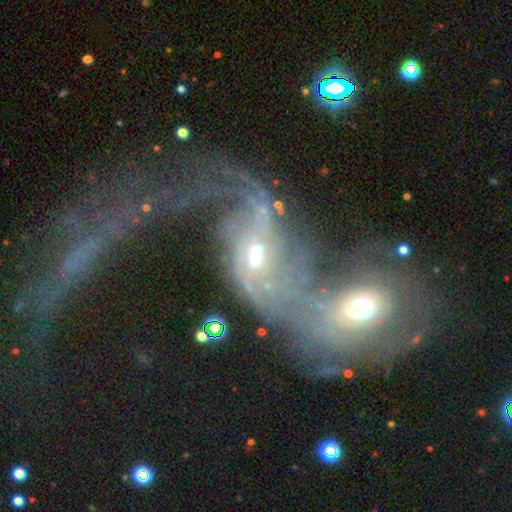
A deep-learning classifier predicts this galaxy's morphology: The model was most divided on "bulge size": small: 44%, moderate: 42%, none: 7%, large: 5%, dominant: 2%. Remaining: edge-on disk — no (95%); smooth or featured — featured or disk (76%); spiral arms — yes (75%); merging — merger (63%); spiral winding — loose (59%); bar — no (52%); spiral arm count — 2 (35%).